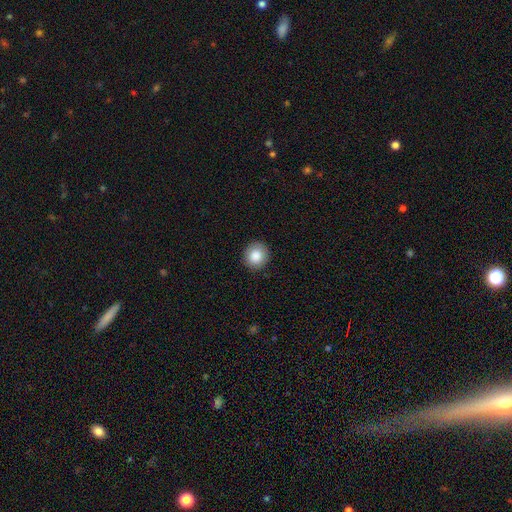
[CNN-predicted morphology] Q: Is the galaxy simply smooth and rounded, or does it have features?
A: smooth — 85%.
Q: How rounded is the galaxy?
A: round — 85%.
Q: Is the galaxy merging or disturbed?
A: none — 90%.